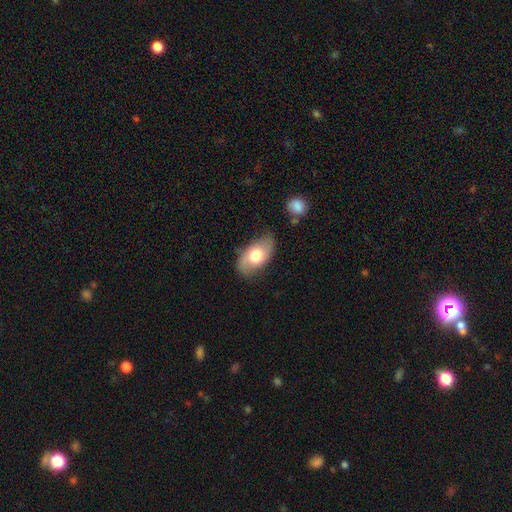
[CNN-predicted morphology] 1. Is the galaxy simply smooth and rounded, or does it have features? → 62% smooth, 31% featured or disk, 6% star or artifact.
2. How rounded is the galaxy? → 92% in between, 6% round, 2% cigar-shaped.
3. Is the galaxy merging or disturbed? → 71% none, 21% minor disturbance, 5% major disturbance, 2% merger.